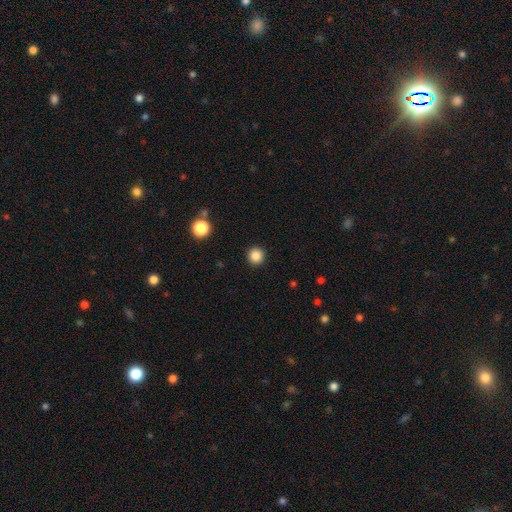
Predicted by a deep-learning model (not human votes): Morphology: type=smooth (85%); roundness=round (94%); merging=none (93%).